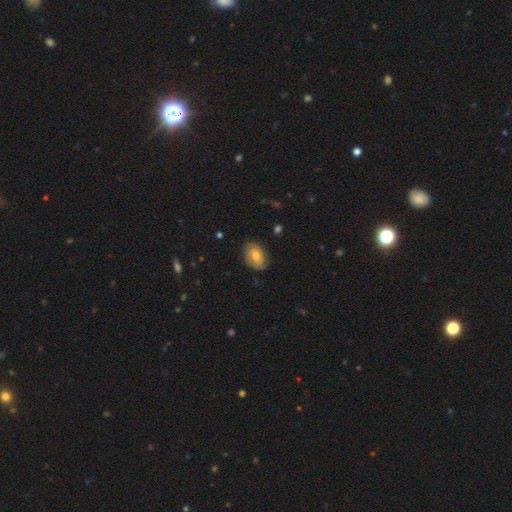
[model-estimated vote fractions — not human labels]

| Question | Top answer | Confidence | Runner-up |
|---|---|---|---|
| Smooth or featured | smooth | 48% | featured or disk (44%) |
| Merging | none | 78% | minor disturbance (17%) |